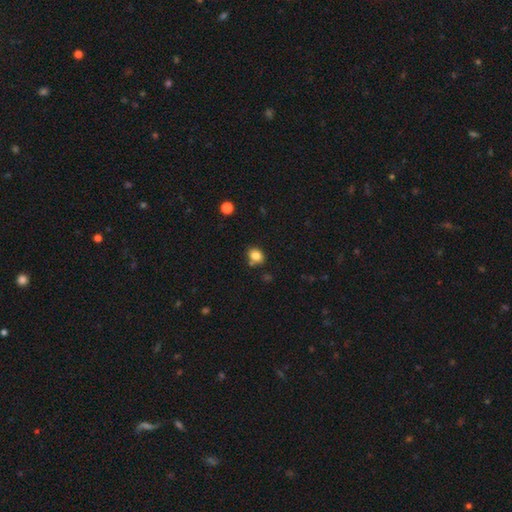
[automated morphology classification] A smooth galaxy with no disk features (82%) that is round (51%). Merging: none (72%).